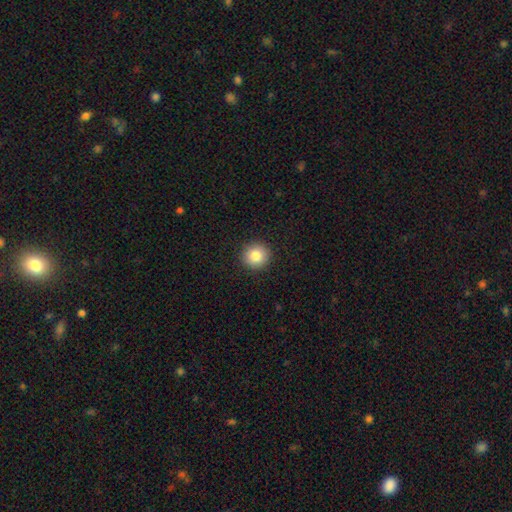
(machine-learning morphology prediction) The model was most divided on "smooth or featured": smooth: 85%, star or artifact: 9%, featured or disk: 6%. More confident: how rounded — round (92%); merging — none (92%).